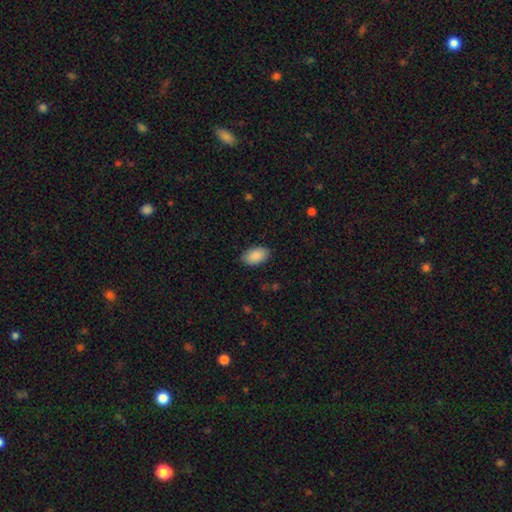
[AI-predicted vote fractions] A smooth galaxy with no disk features (90%) that is in between round and cigar-shaped (94%). Merging: none (87%).